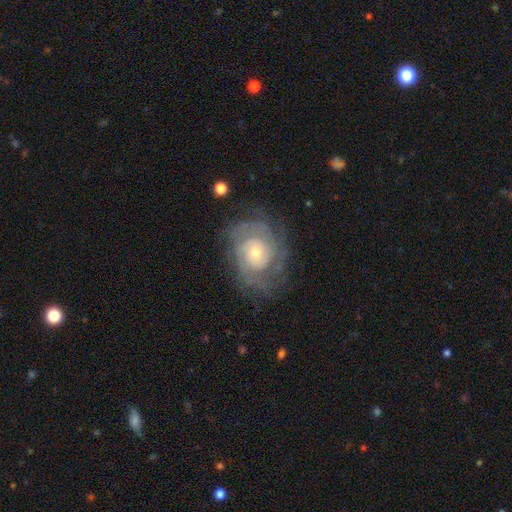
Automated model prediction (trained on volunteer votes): Smooth or featured? Predicted: featured or disk (p=0.82). Edge-on disk? Predicted: no (p=0.97). Bar? Predicted: no (p=0.76). Spiral arms? Predicted: yes (p=0.93). Spiral winding? Predicted: tight (p=0.66). Spiral arm count? Predicted: can't tell (p=0.37). Bulge size? Predicted: small (p=0.52). Merging? Predicted: none (p=0.73).